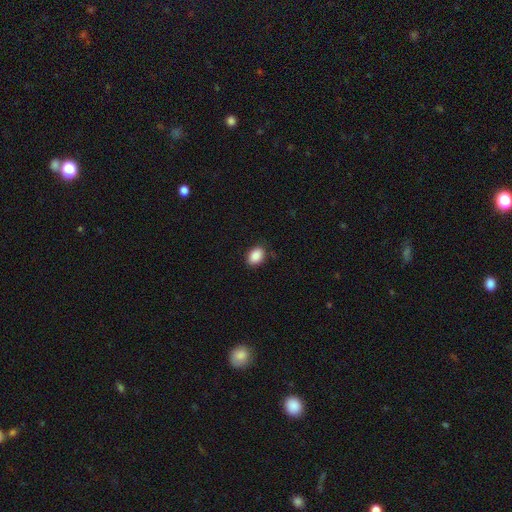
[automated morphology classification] smooth 89%, star or artifact 8%, featured or disk 3%. Down the decision tree: how rounded — in between (78%); merging — none (85%).